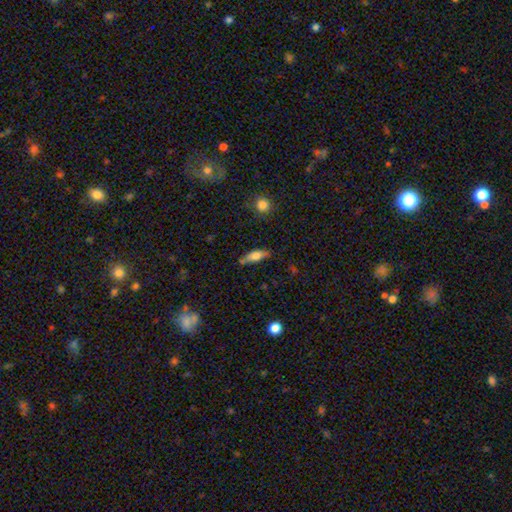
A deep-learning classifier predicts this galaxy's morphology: This appears to be a smooth galaxy with no disk features (73%) that is in between round and cigar-shaped (65%). Merging: none (69%).